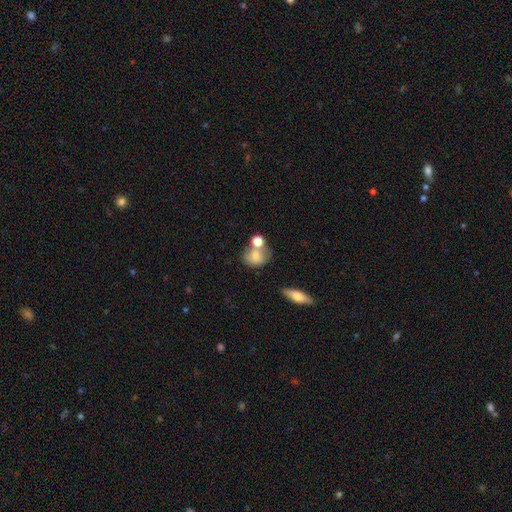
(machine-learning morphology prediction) type=smooth (72%); roundness=round (53%); merging=none (44%).